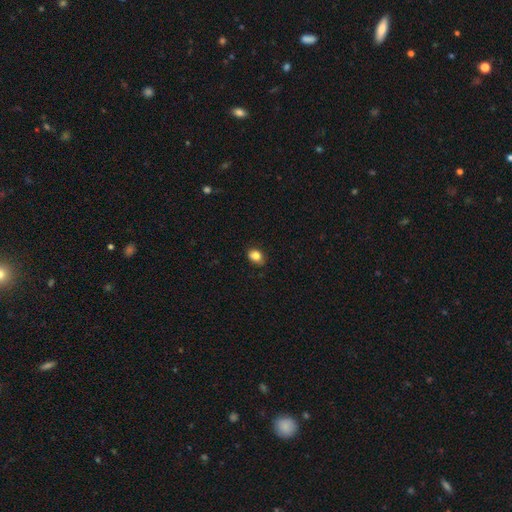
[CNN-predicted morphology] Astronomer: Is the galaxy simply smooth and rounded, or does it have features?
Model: smooth — 84%.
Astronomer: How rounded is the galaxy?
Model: in between — 69%.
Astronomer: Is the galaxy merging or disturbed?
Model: none — 80%.